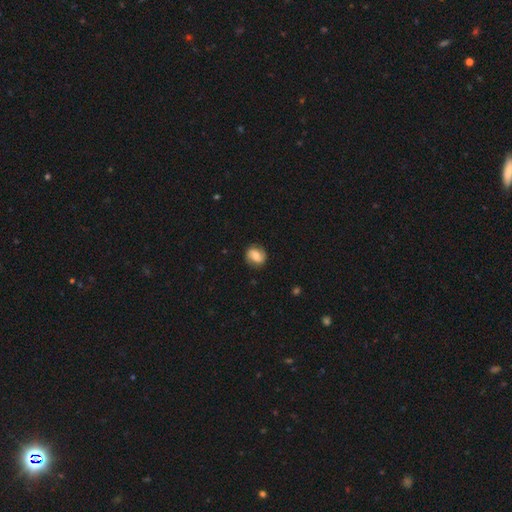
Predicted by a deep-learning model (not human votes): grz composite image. It shows a smooth galaxy with no disk features (49%). Merging: none (83%).